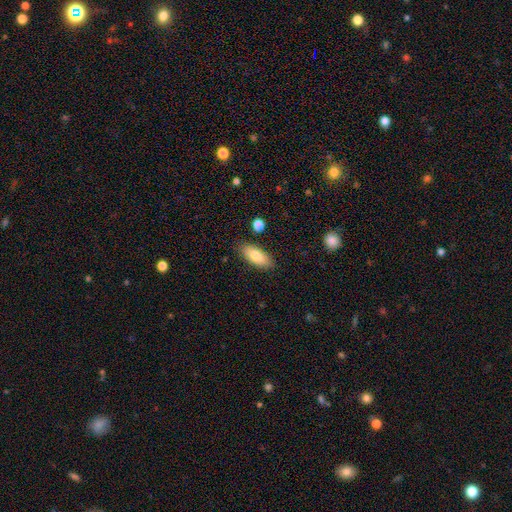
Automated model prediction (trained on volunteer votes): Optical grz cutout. It shows a smooth galaxy with no disk features (82%) that is in between round and cigar-shaped (83%). Merging: none (85%).